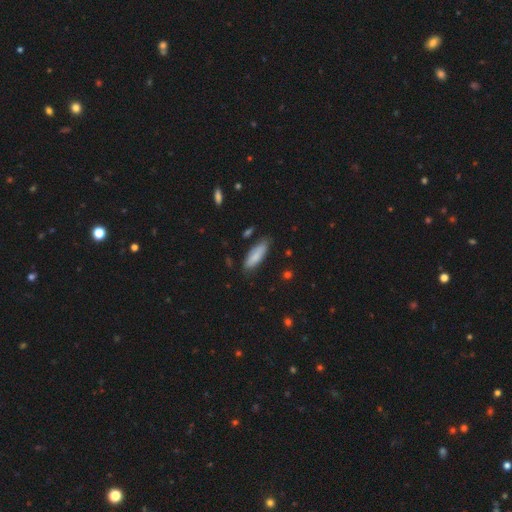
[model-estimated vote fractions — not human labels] Morphology: type=smooth (83%); roundness=in between (58%); merging=none (78%).